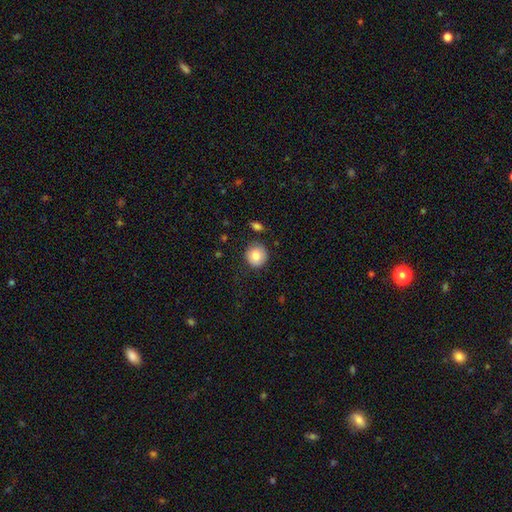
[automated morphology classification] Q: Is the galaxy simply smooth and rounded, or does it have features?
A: smooth — 82%.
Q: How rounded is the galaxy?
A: round — 91%.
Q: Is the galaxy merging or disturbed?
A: none — 84%.